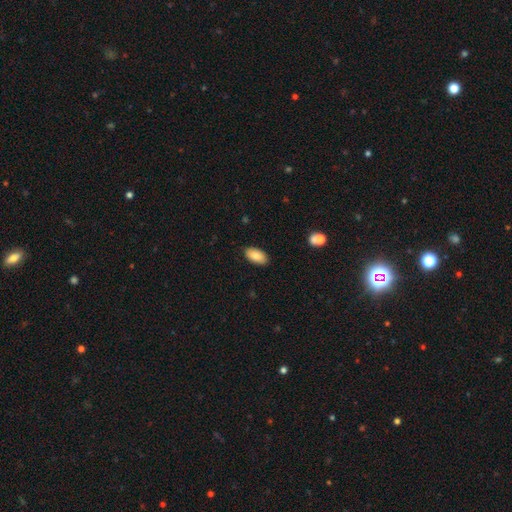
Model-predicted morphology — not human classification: type=smooth (84%); roundness=in between (94%); merging=none (88%).